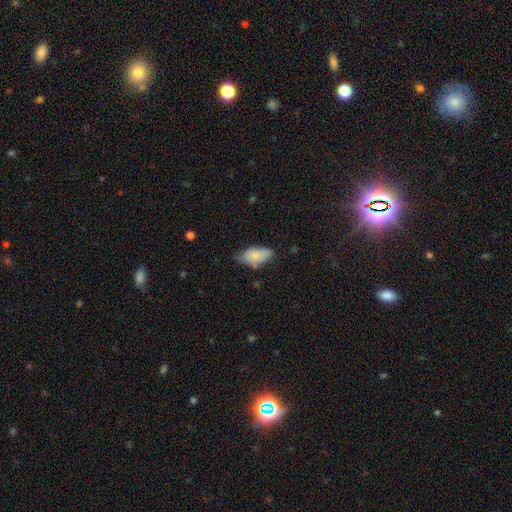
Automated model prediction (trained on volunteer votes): Morphology: type=smooth (69%); roundness=in between (92%); merging=none (44%).